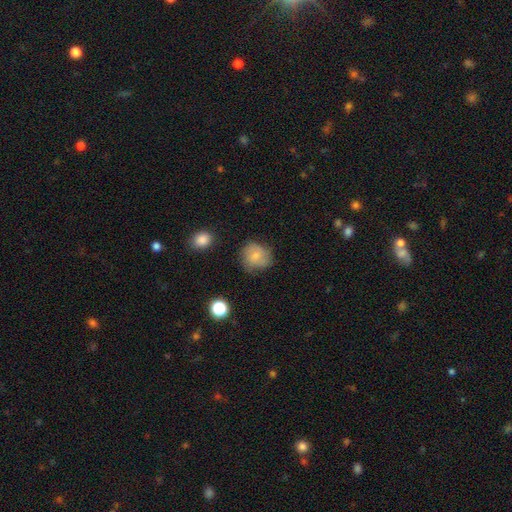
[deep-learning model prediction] smooth 70%, featured or disk 21%, star or artifact 9%. Down the decision tree: how rounded — round (80%); merging — none (69%).